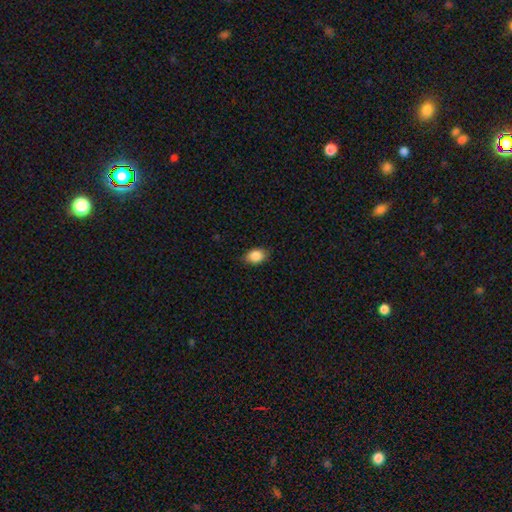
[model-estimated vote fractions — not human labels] The model was most divided on "how rounded": in between: 82%, round: 16%, cigar-shaped: 2%. More confident: smooth or featured — smooth (87%); merging — none (83%).